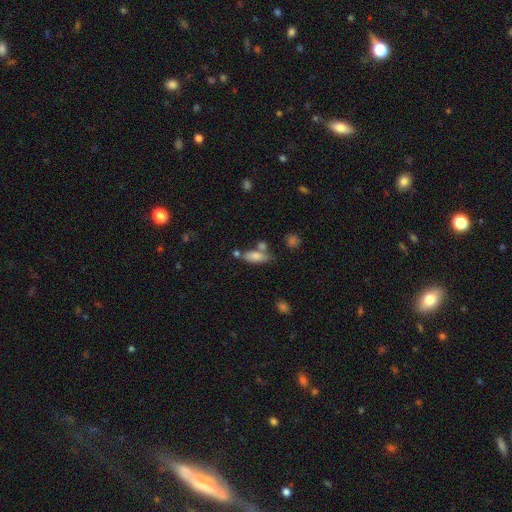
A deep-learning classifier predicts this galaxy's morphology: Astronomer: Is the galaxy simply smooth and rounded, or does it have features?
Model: smooth — 79%.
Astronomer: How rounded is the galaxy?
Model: in between — 77%.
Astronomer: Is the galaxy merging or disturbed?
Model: none — 52%.